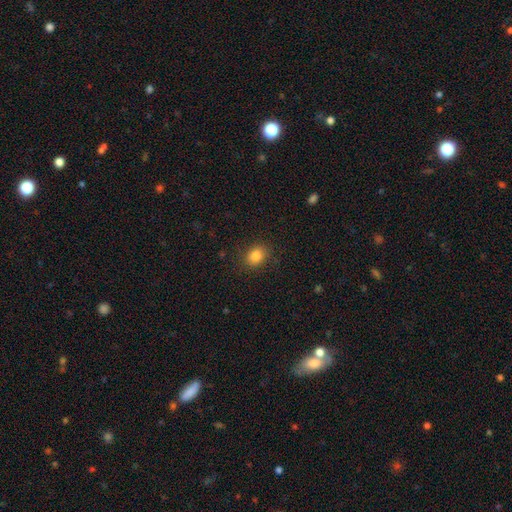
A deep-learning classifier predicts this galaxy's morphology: smooth-or-featured: smooth: 84% | star or artifact: 10% | featured or disk: 5%
  how-rounded: in between: 55% | round: 44% | cigar-shaped: 1%
  merging: none: 86% | minor disturbance: 10% | major disturbance: 3% | merger: 1%